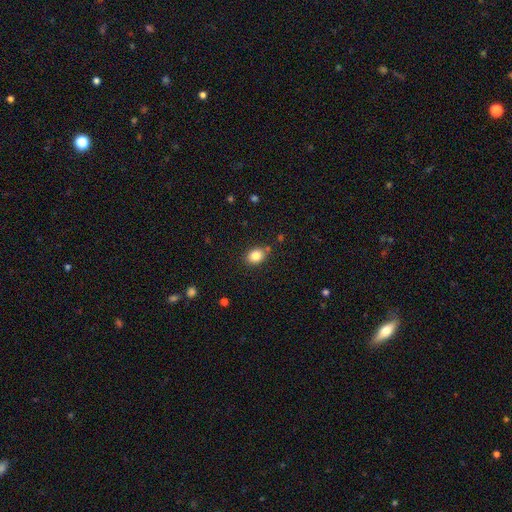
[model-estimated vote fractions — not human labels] Overall: smooth (84%). How rounded: in between (58%; round 41%). Merging: none (81%).